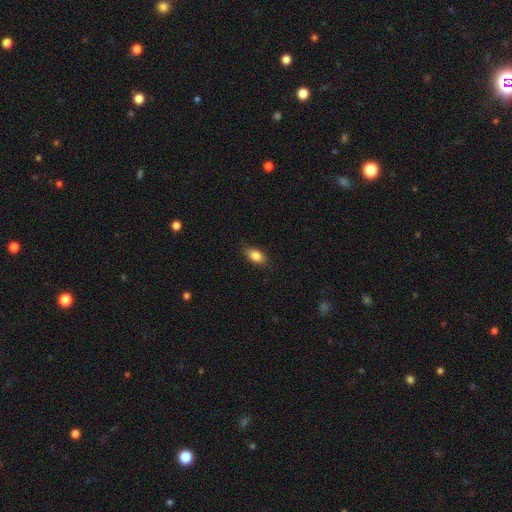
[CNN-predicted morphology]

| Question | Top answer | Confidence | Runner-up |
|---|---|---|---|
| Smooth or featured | smooth | 83% | featured or disk (9%) |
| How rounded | in between | 86% | round (8%) |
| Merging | none | 83% | minor disturbance (13%) |